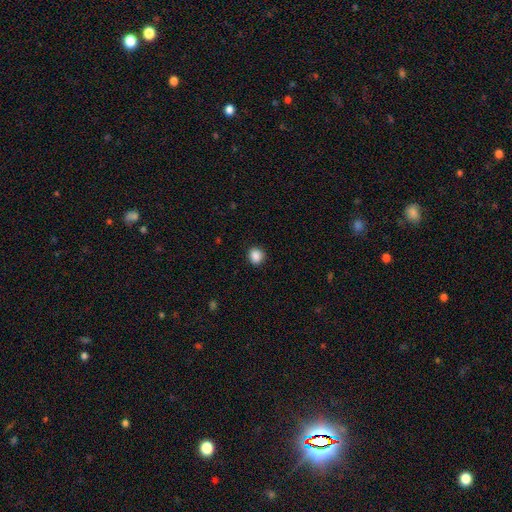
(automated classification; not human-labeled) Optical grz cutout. It shows a smooth galaxy with no disk features (88%) that is round (83%). Merging: none (89%).